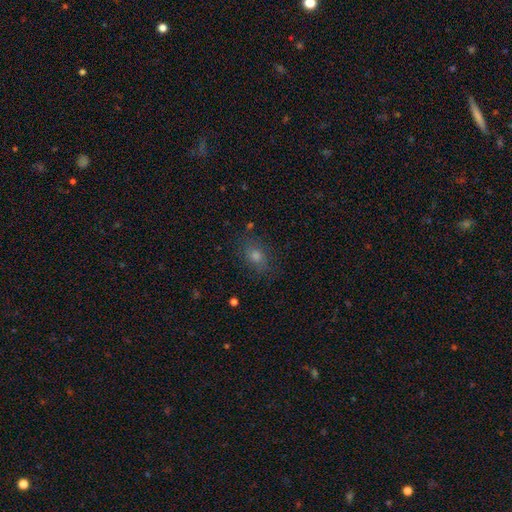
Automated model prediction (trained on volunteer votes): This appears to be a smooth galaxy with no disk features (61%) that is in between round and cigar-shaped (59%). Merging: none (81%).